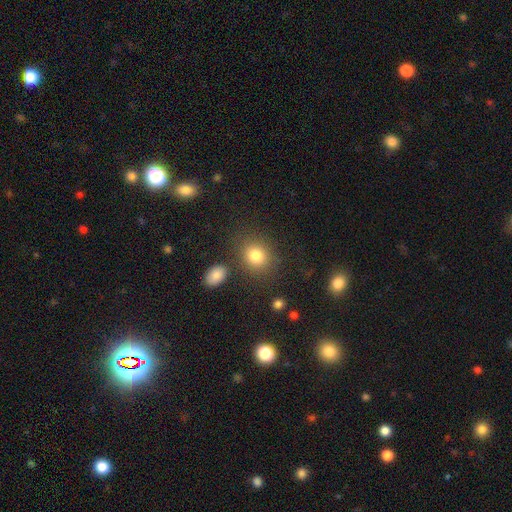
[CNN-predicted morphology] Smooth or featured? smooth (81%)
How rounded? round (71%)
Merging? none (79%)